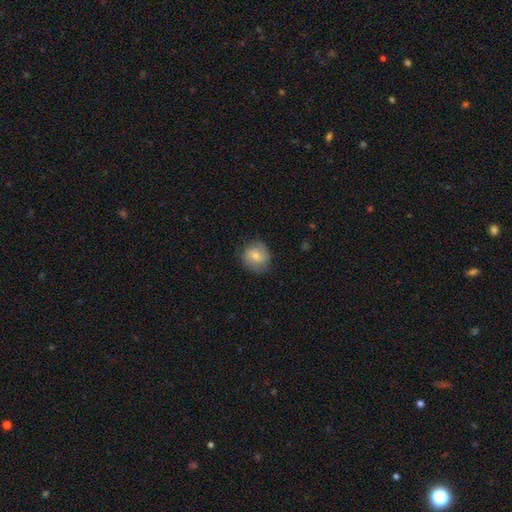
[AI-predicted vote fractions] smooth 63%, featured or disk 29%, star or artifact 8%. Down the decision tree: how rounded — round (88%); merging — none (81%).